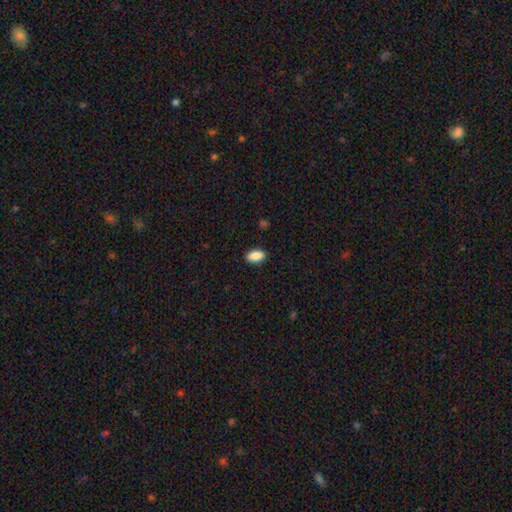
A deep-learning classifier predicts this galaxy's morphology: smooth 89%, star or artifact 7%, featured or disk 4%. Down the decision tree: how rounded — in between (92%); merging — none (89%).